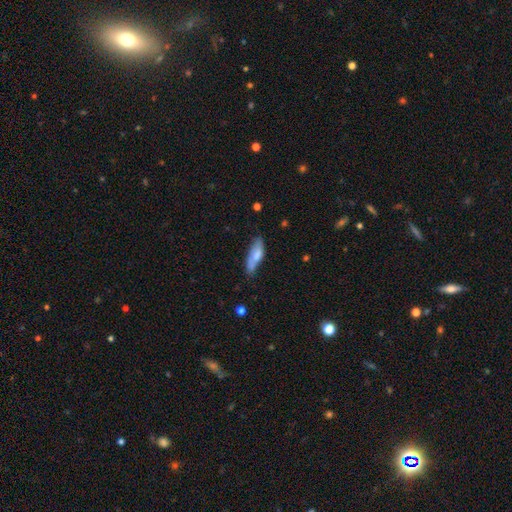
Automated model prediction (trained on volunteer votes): smooth 68%, featured or disk 26%, star or artifact 6%. Down the decision tree: how rounded — in between (56%); merging — none (57%).